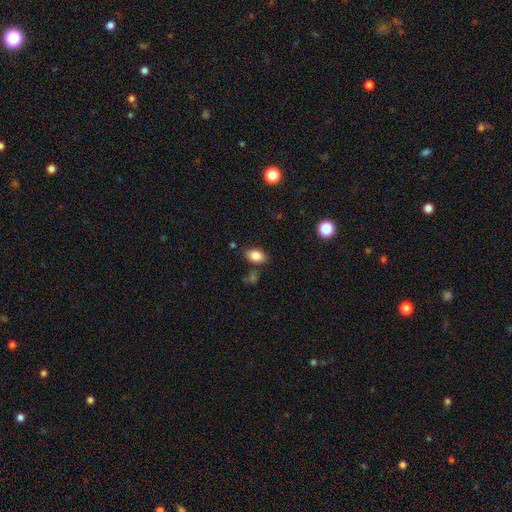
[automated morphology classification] smooth 85%, star or artifact 9%, featured or disk 6%. Down the decision tree: how rounded — in between (87%); merging — none (77%).